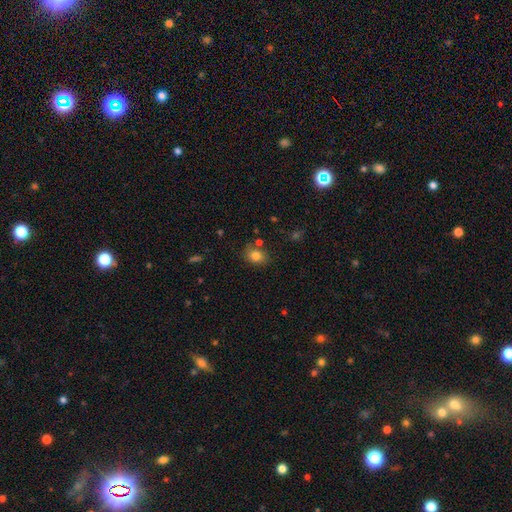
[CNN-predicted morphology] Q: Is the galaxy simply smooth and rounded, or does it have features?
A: smooth — 80%.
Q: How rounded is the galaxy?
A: in between — 58%.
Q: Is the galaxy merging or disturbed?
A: none — 69%.